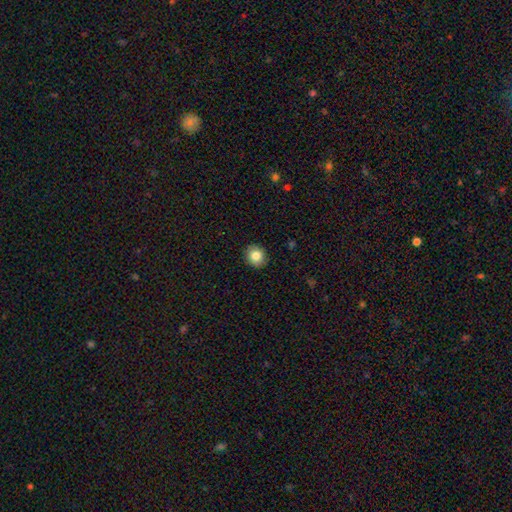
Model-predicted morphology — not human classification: smooth_or_featured: smooth (p=0.84) [alt: star or artifact p=0.09]
how_rounded: round (p=0.80) [alt: in between p=0.19]
merging: none (p=0.90) [alt: minor disturbance p=0.07]